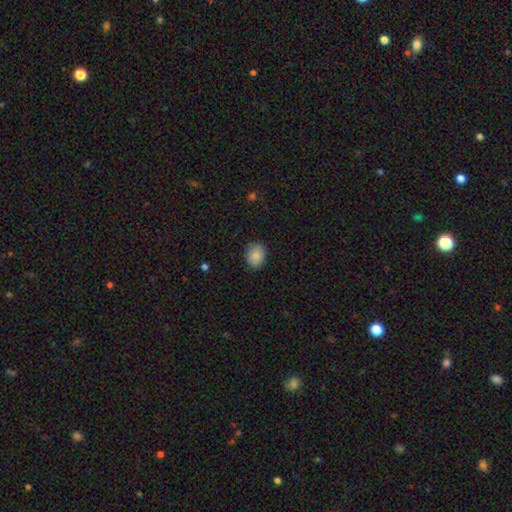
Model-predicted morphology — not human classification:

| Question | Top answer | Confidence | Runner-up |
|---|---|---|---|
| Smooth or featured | smooth | 87% | star or artifact (8%) |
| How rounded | in between | 51% | round (48%) |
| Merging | none | 85% | minor disturbance (12%) |